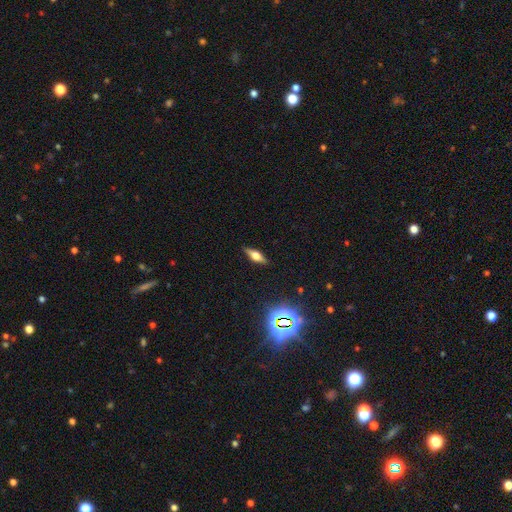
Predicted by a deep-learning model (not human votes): Smooth or featured? featured or disk (50%)
Edge-on disk? yes (91%)
Merging? none (88%)